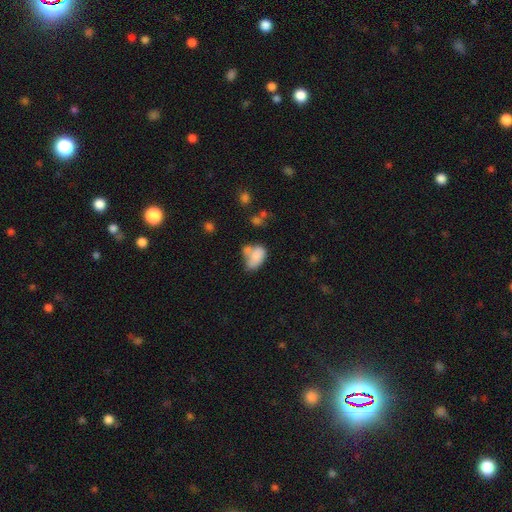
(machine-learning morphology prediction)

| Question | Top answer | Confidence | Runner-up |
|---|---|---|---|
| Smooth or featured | smooth | 77% | featured or disk (14%) |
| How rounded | in between | 88% | round (10%) |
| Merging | merger | 38% | none (29%) |